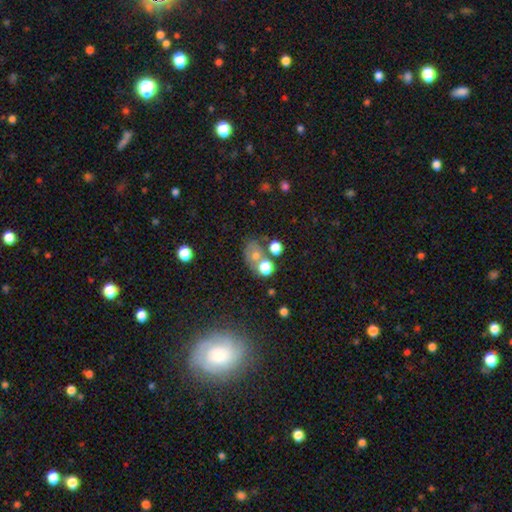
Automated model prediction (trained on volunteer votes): Smooth or featured? smooth (58%)
How rounded? round (54%)
Merging? none (53%)